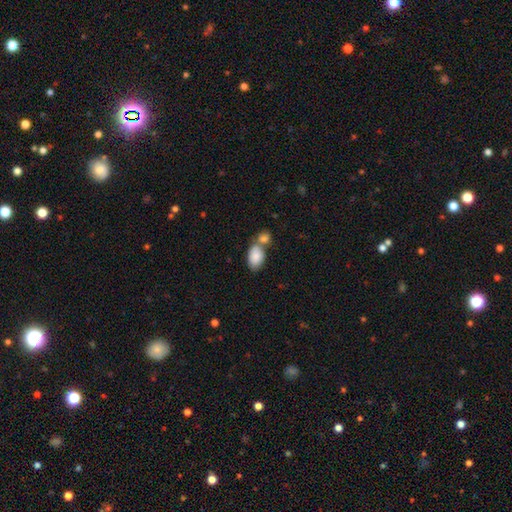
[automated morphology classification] Q: Smooth or featured?
A: smooth (86%); runner-up: featured or disk (8%)
Q: How rounded?
A: in between (91%); runner-up: round (8%)
Q: Merging?
A: merger (46%); runner-up: none (38%)